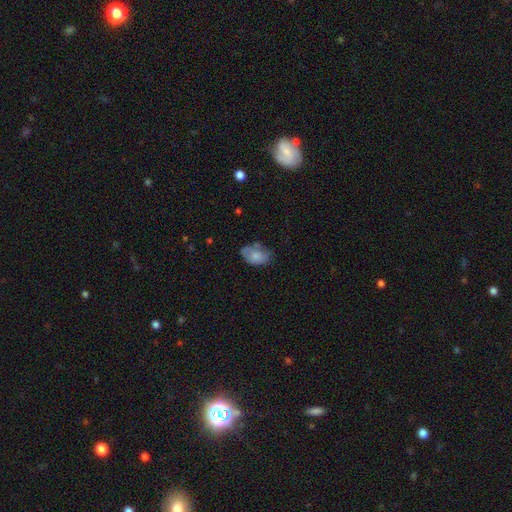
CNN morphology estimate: Smooth or featured?
  - smooth: 72% *
  - featured or disk: 21%
  - star or artifact: 8%
How rounded?
  - in between: 86% *
  - round: 12%
  - cigar-shaped: 1%
Merging?
  - none: 54% *
  - minor disturbance: 31%
  - major disturbance: 10%
  - merger: 5%